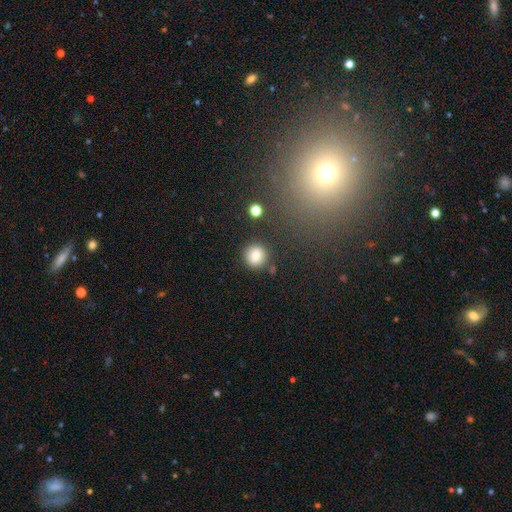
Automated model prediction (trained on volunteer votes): Smooth or featured: smooth — 83% (star or artifact — 10%)
How rounded: round — 90% (in between — 9%)
Merging: none — 84% (minor disturbance — 9%)